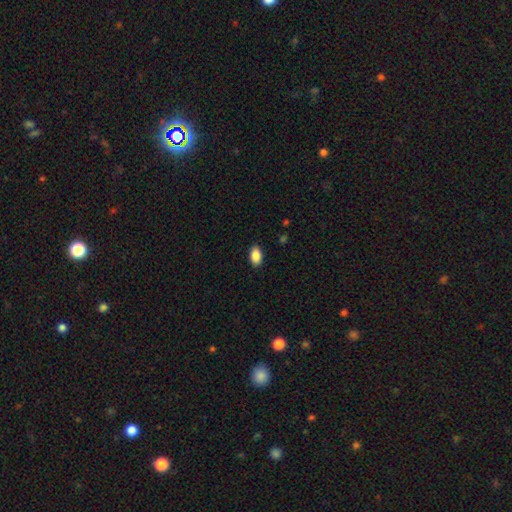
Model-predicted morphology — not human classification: type=smooth (90%); roundness=in between (93%); merging=none (90%).